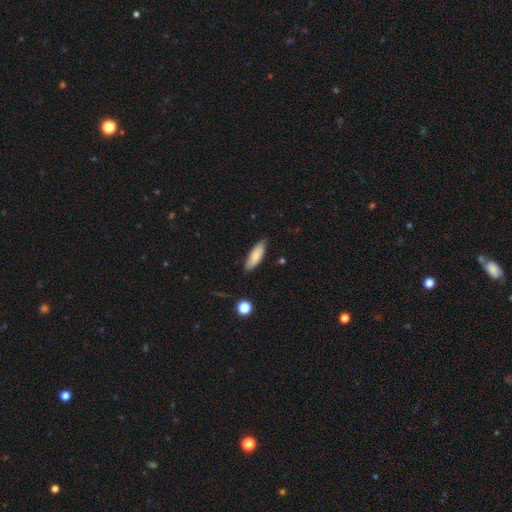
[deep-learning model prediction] This is likely a smooth galaxy (77%). How rounded: possibly in between (59%). Merging: clearly none (81%).